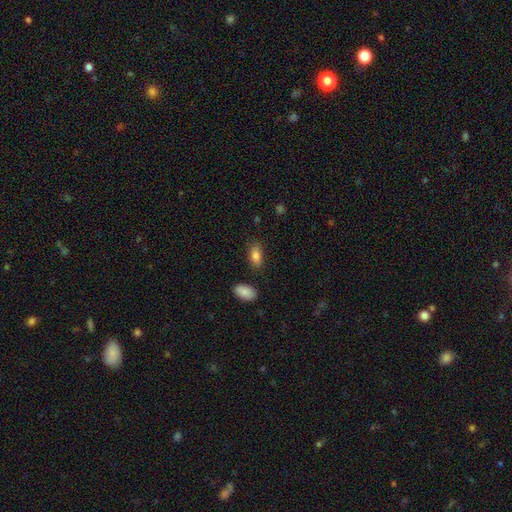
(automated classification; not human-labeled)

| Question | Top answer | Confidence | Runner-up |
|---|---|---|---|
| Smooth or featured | smooth | 85% | star or artifact (7%) |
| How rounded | in between | 91% | round (5%) |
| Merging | none | 81% | minor disturbance (13%) |